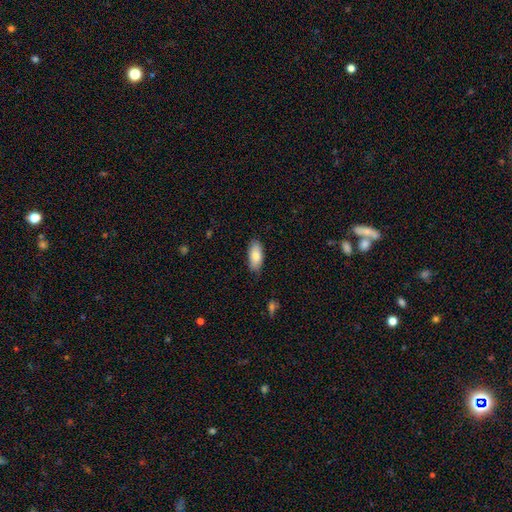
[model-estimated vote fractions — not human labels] Smooth or featured: smooth — 80% (featured or disk — 13%)
How rounded: in between — 85% (cigar-shaped — 12%)
Merging: none — 83% (minor disturbance — 14%)